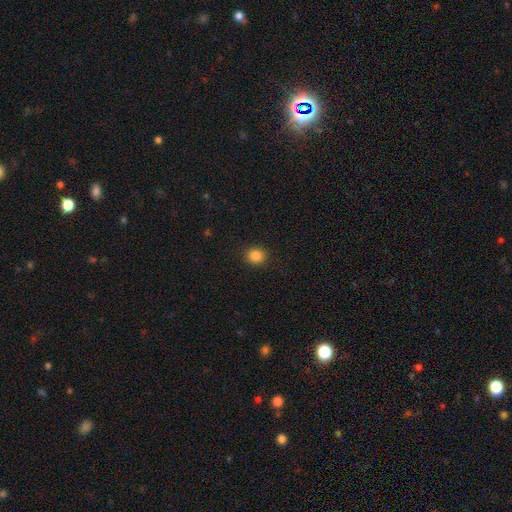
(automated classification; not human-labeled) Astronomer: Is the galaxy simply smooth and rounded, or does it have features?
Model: smooth — 84%.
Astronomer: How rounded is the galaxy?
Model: round — 81%.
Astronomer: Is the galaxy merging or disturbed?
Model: none — 91%.